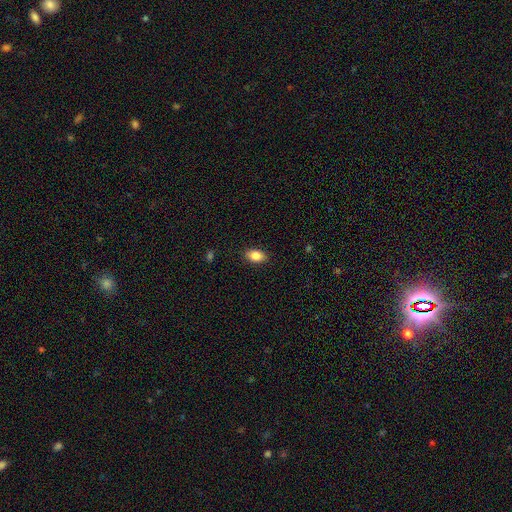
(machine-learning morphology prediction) A smooth galaxy with no disk features (86%) that is in between round and cigar-shaped (89%).

Vote fractions:
- Smooth or featured? smooth: 86% / star or artifact: 8% / featured or disk: 7%
- How rounded? in between: 89% / round: 9% / cigar-shaped: 2%
- Merging? none: 88% / minor disturbance: 9% / major disturbance: 2% / merger: 1%